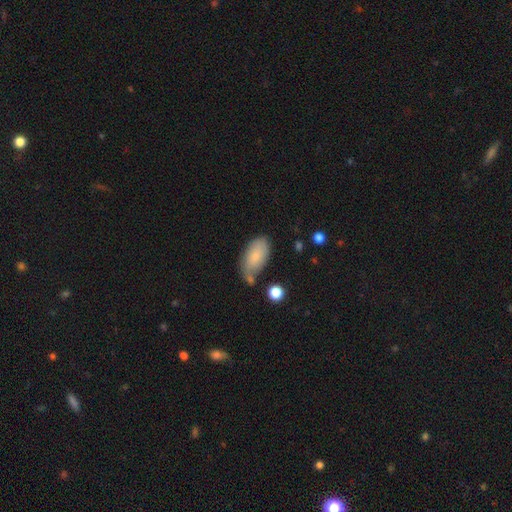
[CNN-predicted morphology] Q: Smooth or featured?
A: smooth (74%); runner-up: featured or disk (19%)
Q: How rounded?
A: in between (93%); runner-up: cigar-shaped (3%)
Q: Merging?
A: none (49%); runner-up: minor disturbance (29%)